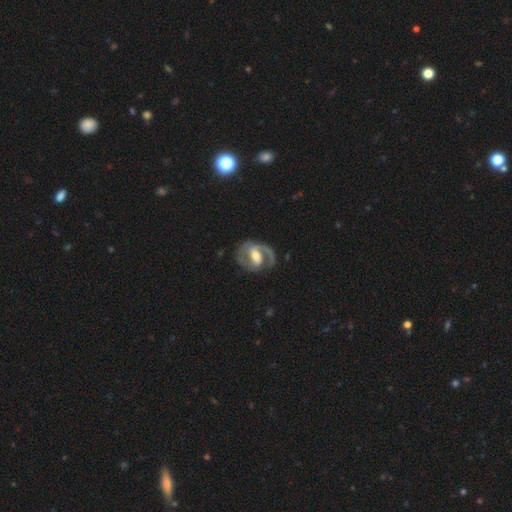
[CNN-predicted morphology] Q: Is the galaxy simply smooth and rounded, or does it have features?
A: featured or disk — 85%.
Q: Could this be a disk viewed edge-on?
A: no — 97%.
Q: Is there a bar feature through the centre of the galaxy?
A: strong — 41%.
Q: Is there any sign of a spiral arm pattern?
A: yes — 93%.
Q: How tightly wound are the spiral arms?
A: medium — 52%.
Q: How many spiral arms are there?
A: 2 — 84%.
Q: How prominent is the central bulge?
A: moderate — 64%.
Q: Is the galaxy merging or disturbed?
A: none — 76%.